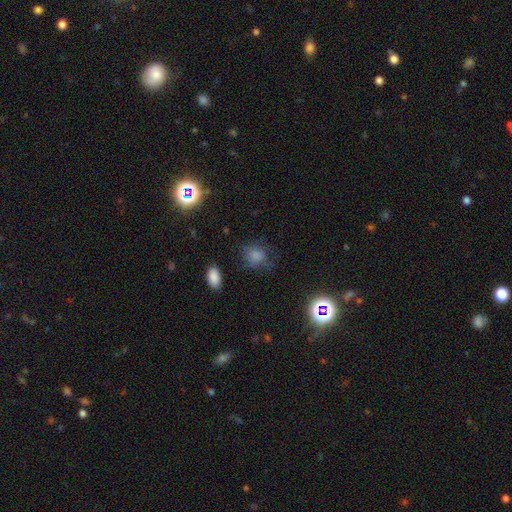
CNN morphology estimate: type=smooth (77%); roundness=round (69%); merging=none (61%).